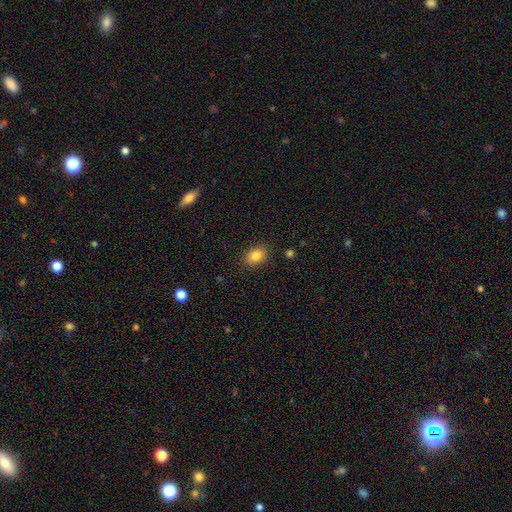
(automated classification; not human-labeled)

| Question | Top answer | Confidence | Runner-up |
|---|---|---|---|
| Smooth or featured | smooth | 84% | star or artifact (10%) |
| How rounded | in between | 68% | round (31%) |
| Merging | none | 87% | minor disturbance (10%) |